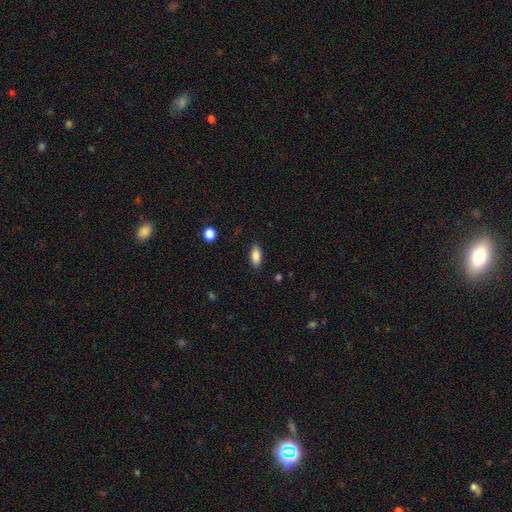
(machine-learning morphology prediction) A smooth galaxy with no disk features (87%) that is in between round and cigar-shaped (87%). Merging: none (87%).